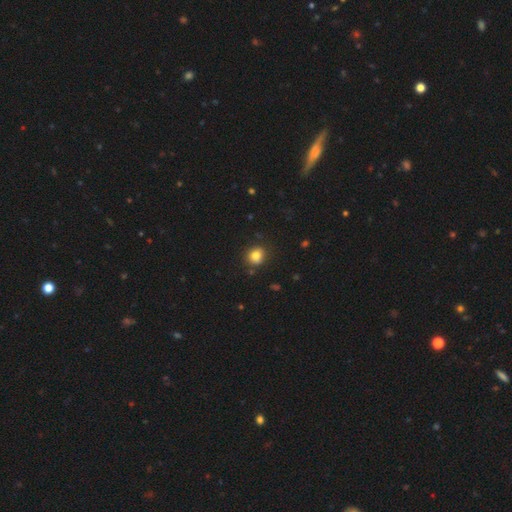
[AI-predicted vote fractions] smooth 82%, star or artifact 11%, featured or disk 7%. Down the decision tree: how rounded — round (75%); merging — none (83%).